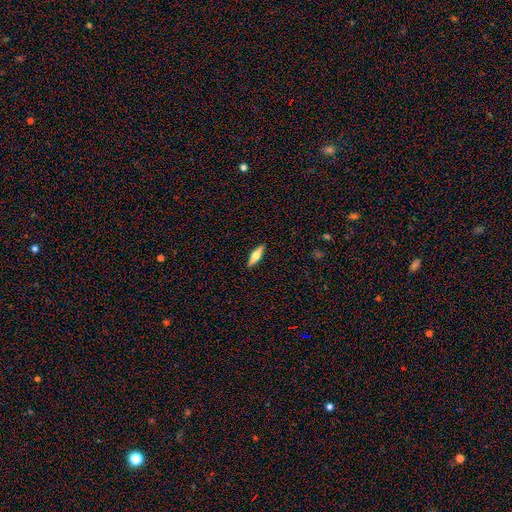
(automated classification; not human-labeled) This appears to be a smooth galaxy with no disk features (51%) that is cigar-shaped (61%). Merging: none (91%).